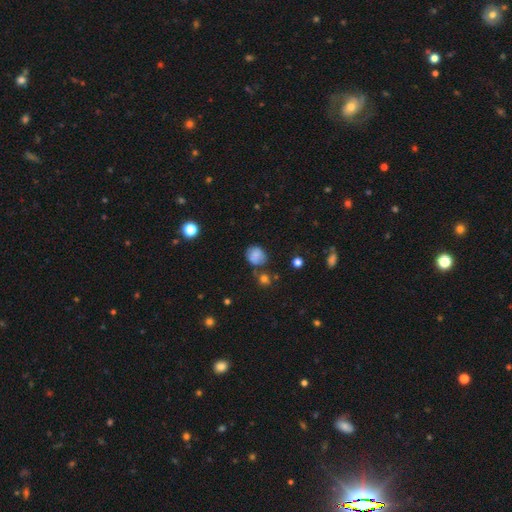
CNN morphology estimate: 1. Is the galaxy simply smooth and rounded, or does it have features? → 78% smooth, 11% featured or disk, 10% star or artifact.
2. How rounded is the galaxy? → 72% round, 27% in between, 1% cigar-shaped.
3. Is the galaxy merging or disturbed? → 70% none, 19% minor disturbance, 6% merger, 5% major disturbance.